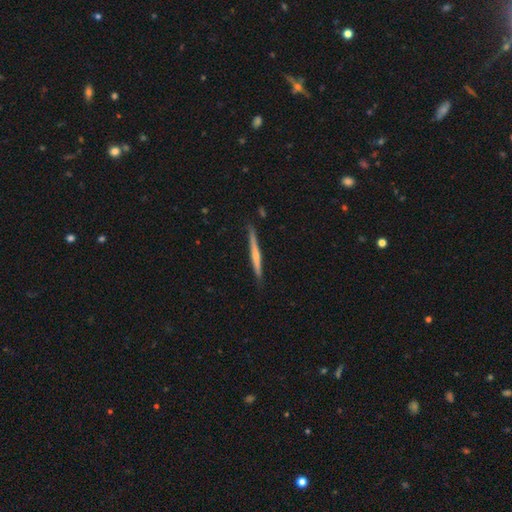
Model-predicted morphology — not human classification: Overall: featured or disk (56%; smooth 39%). Edge-on disk: yes (98%). Edge-on bulge: none (49%; rounded 44%). Merging: none (87%).